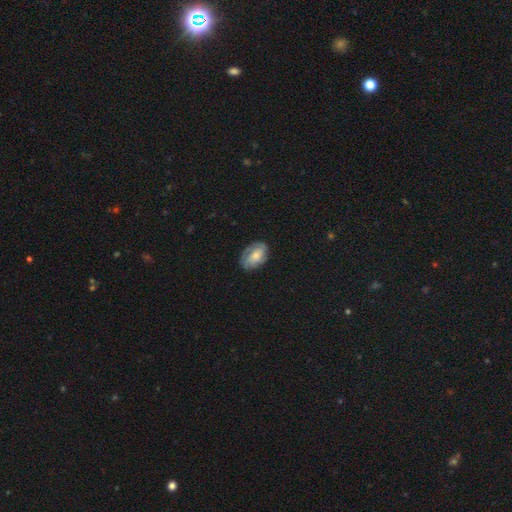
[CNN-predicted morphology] The model was most divided on "smooth or featured": smooth: 48%, featured or disk: 45%, star or artifact: 7%. More confident: merging — none (67%).